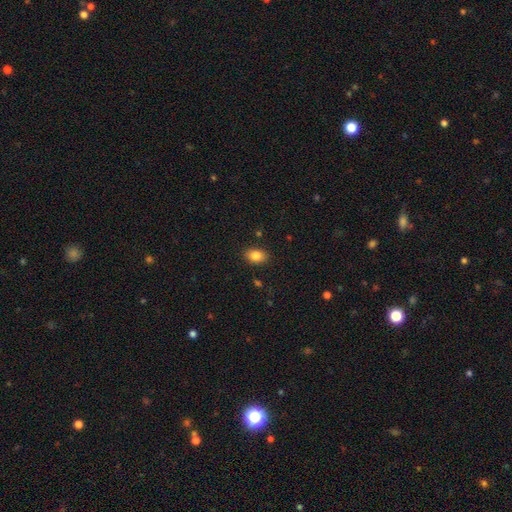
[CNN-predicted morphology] Q: Smooth or featured?
A: smooth (85%); runner-up: star or artifact (9%)
Q: How rounded?
A: in between (79%); runner-up: round (20%)
Q: Merging?
A: none (87%); runner-up: minor disturbance (9%)